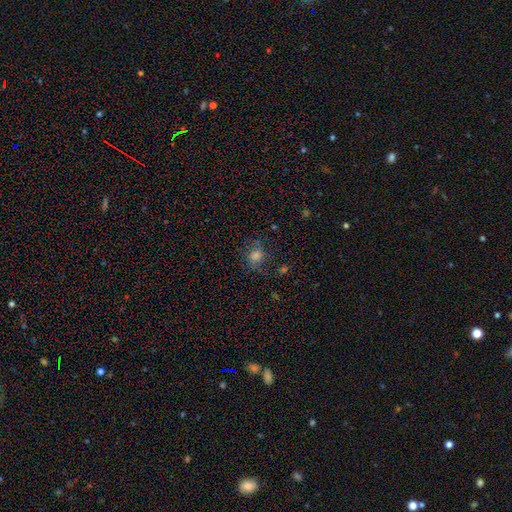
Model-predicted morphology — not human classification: Smooth or featured? smooth (56%)
How rounded? round (66%)
Merging? none (68%)